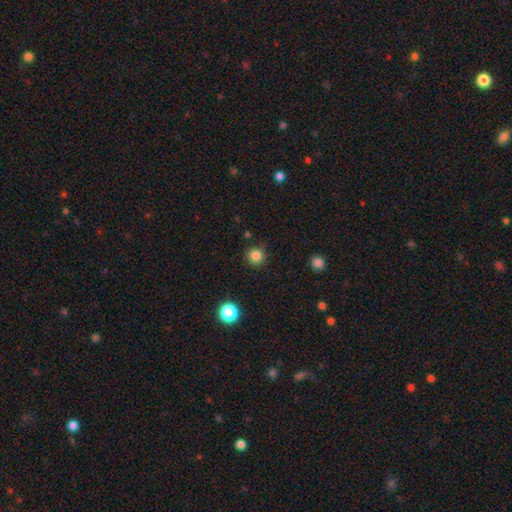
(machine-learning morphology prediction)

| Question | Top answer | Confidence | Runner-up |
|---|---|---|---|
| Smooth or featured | smooth | 83% | star or artifact (13%) |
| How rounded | round | 94% | in between (5%) |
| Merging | none | 89% | minor disturbance (7%) |